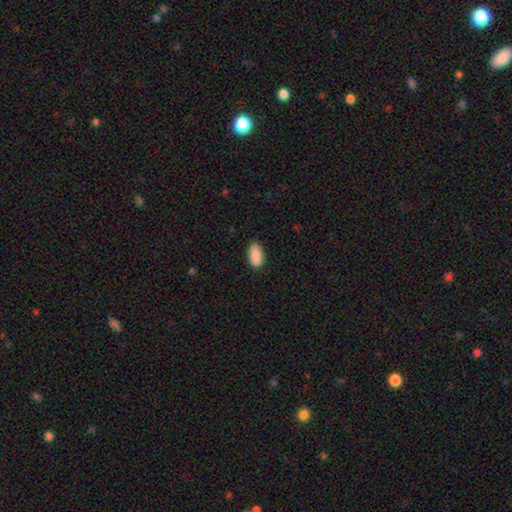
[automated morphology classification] A smooth galaxy with no disk features (90%) that is in between round and cigar-shaped (93%). Merging: none (86%).